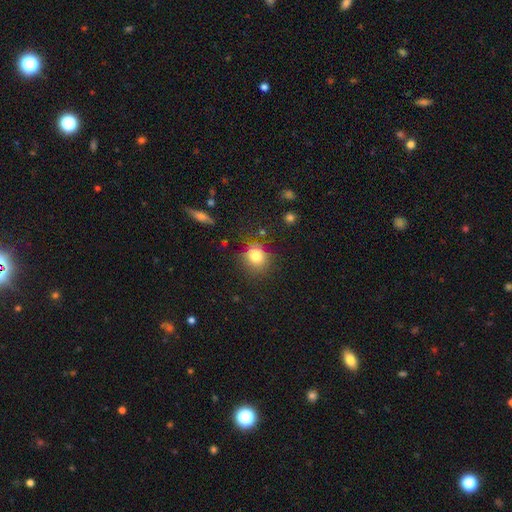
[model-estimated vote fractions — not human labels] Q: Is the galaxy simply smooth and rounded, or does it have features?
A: smooth — 79%.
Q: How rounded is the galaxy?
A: round — 79%.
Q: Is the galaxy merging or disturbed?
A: none — 75%.